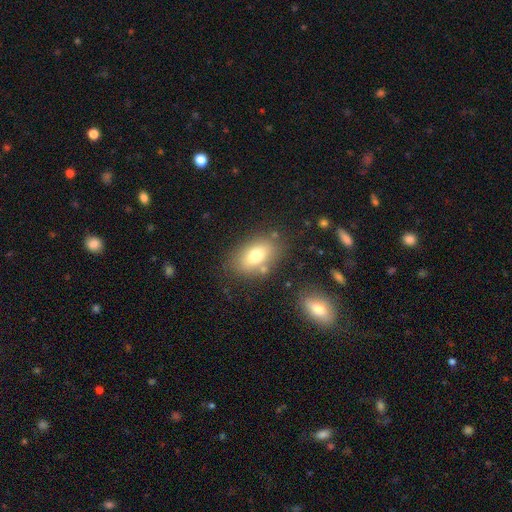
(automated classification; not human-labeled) Q: Smooth or featured?
A: smooth (73%); runner-up: featured or disk (17%)
Q: How rounded?
A: in between (86%); runner-up: round (12%)
Q: Merging?
A: none (75%); runner-up: minor disturbance (13%)